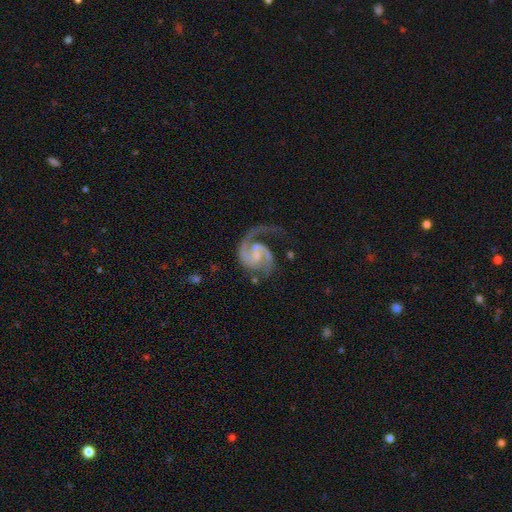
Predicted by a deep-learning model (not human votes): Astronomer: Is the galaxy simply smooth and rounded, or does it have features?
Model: featured or disk — 93%.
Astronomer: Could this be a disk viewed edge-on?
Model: no — 99%.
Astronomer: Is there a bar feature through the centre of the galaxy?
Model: no — 49% (runner-up: weak, 41%).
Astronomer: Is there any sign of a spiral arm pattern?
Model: yes — 98%.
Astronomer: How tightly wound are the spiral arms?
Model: medium — 59%.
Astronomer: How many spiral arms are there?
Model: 2 — 86%.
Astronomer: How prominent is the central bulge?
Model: small — 61%.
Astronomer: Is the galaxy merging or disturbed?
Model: none — 57%.